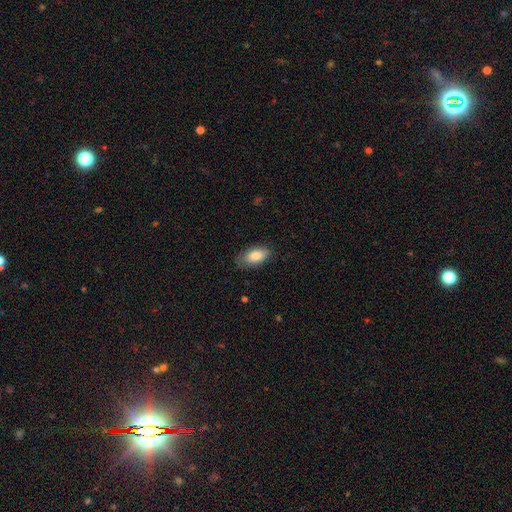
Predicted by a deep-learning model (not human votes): Morphology: type=smooth (82%); roundness=in between (93%); merging=none (72%).